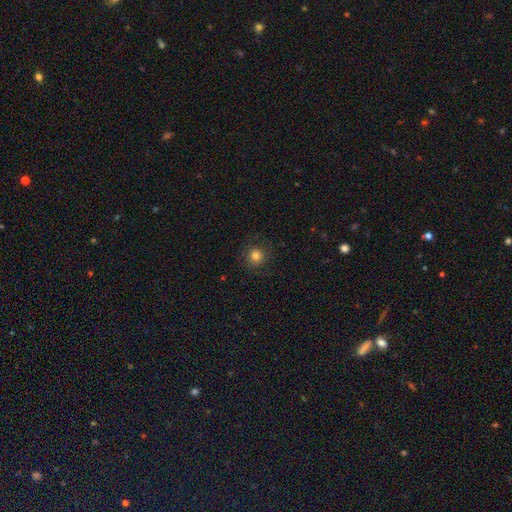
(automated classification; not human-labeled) A smooth galaxy with no disk features (82%) that is round (94%).

Vote fractions:
- Smooth or featured? smooth: 82% / star or artifact: 13% / featured or disk: 6%
- How rounded? round: 94% / in between: 5% / cigar-shaped: 1%
- Merging? none: 87% / minor disturbance: 8% / major disturbance: 3% / merger: 1%